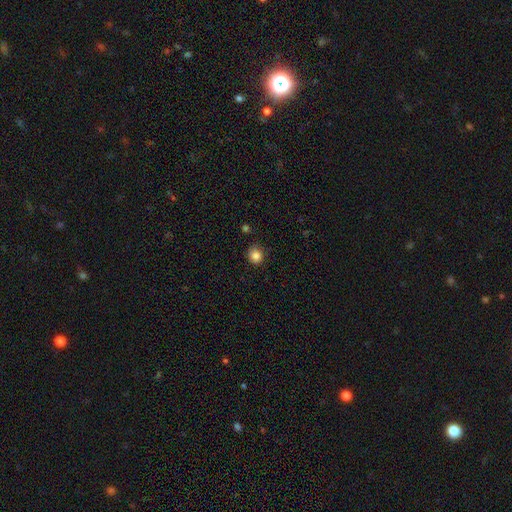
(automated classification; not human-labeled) A smooth galaxy with no disk features (85%) that is round (85%).

Vote fractions:
- Smooth or featured? smooth: 85% / star or artifact: 11% / featured or disk: 4%
- How rounded? round: 85% / in between: 14% / cigar-shaped: 1%
- Merging? none: 81% / minor disturbance: 15% / major disturbance: 3% / merger: 2%